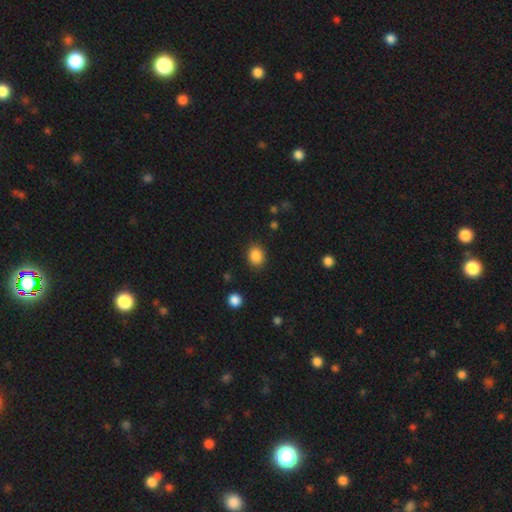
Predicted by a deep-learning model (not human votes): smooth-or-featured: smooth: 87% | star or artifact: 10% | featured or disk: 3%
  how-rounded: round: 56% | in between: 43% | cigar-shaped: 1%
  merging: none: 87% | minor disturbance: 8% | major disturbance: 3% | merger: 2%